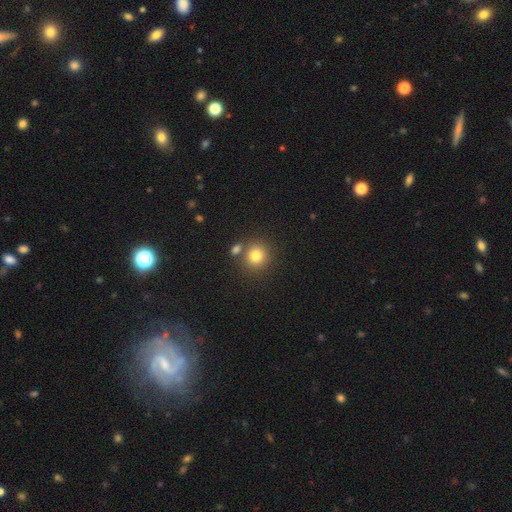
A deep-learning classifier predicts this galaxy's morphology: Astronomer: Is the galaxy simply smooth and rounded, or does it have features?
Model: smooth — 80%.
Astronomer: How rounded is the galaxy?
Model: round — 89%.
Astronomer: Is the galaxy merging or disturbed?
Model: none — 72%.